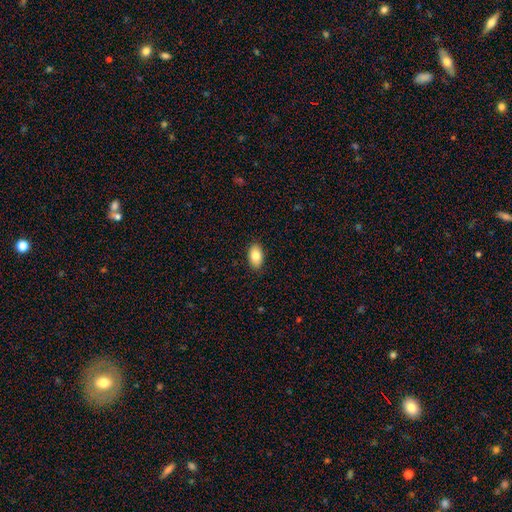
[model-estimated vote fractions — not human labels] smooth_or_featured: smooth (p=0.82) [alt: featured or disk p=0.10]
how_rounded: in between (p=0.93) [alt: round p=0.05]
merging: none (p=0.89) [alt: minor disturbance p=0.08]